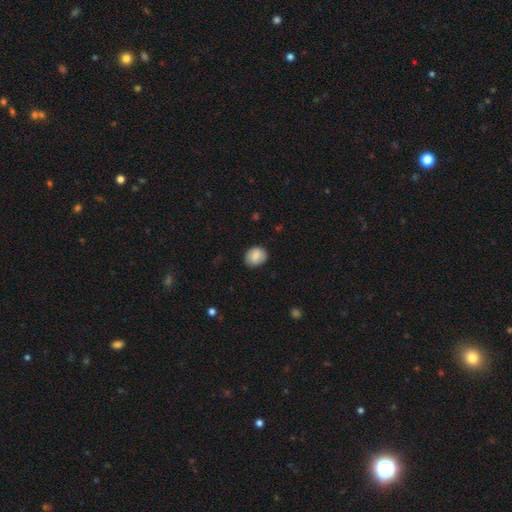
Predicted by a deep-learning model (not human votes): smooth_or_featured: smooth (p=0.85) [alt: featured or disk p=0.08]
how_rounded: round (p=0.60) [alt: in between p=0.39]
merging: none (p=0.84) [alt: minor disturbance p=0.12]